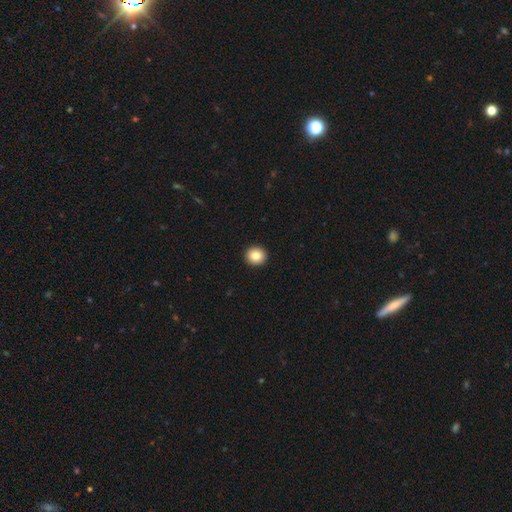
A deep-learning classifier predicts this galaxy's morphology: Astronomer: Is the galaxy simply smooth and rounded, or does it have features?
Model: smooth — 84%.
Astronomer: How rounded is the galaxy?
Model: round — 93%.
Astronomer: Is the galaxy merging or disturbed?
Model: none — 94%.